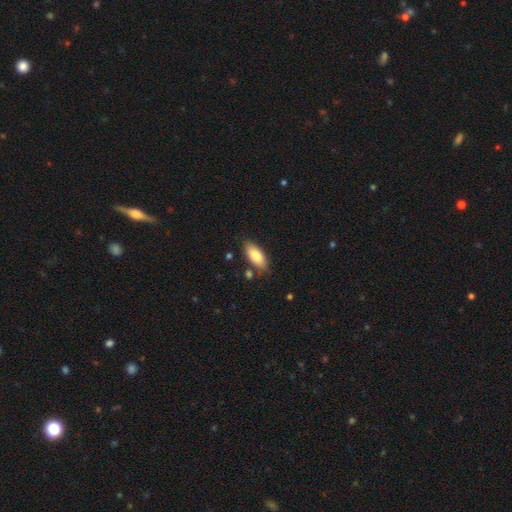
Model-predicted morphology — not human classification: This appears to be a smooth galaxy with no disk features (83%) that is in between round and cigar-shaped (86%). Merging: none (79%).